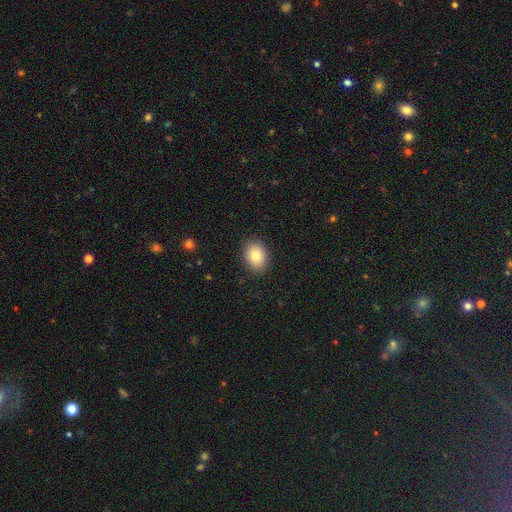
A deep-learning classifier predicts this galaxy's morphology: This appears to be a smooth galaxy with no disk features (81%) that is in between round and cigar-shaped (61%). Merging: none (89%).